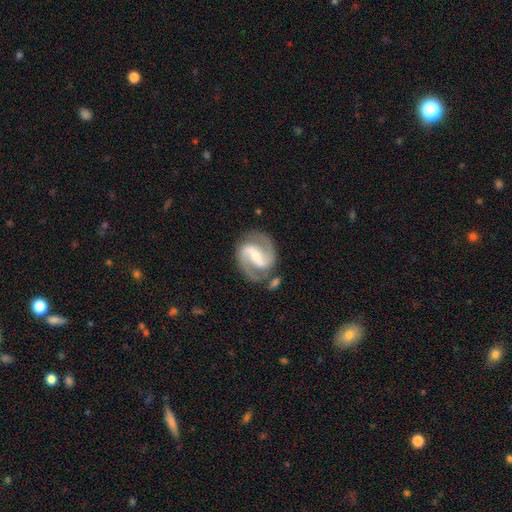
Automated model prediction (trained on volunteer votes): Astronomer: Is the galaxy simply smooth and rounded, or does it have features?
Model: featured or disk — 90%.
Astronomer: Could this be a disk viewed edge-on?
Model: no — 97%.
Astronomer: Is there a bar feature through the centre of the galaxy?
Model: strong — 61%.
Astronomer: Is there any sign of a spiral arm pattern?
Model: yes — 97%.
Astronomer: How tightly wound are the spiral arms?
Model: medium — 57%.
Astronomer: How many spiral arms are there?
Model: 2 — 93%.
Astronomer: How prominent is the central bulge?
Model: small — 53% (runner-up: moderate, 38%).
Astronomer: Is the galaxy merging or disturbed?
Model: none — 78%.